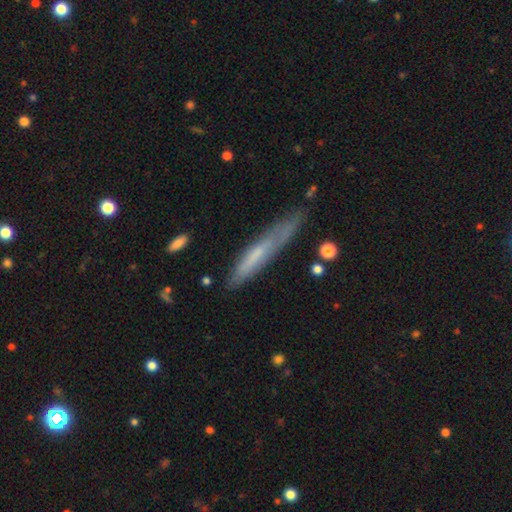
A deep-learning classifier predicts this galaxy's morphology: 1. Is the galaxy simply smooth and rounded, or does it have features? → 53% smooth, 40% featured or disk, 7% star or artifact.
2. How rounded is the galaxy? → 91% cigar-shaped, 7% in between, 1% round.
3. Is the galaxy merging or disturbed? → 61% none, 27% minor disturbance, 9% major disturbance, 3% merger.